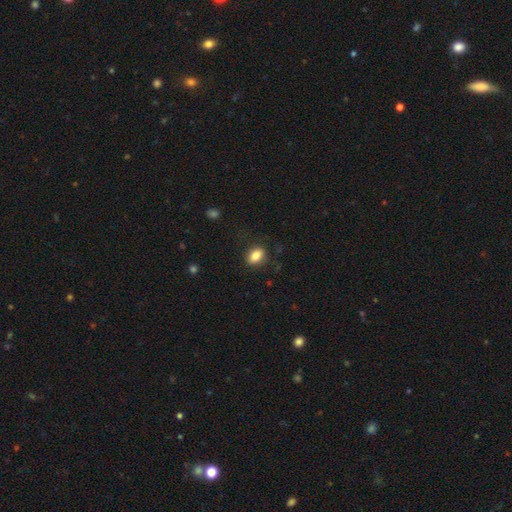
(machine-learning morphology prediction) Smooth or featured?
  - smooth: 85% *
  - star or artifact: 8%
  - featured or disk: 6%
How rounded?
  - in between: 81% *
  - round: 17%
  - cigar-shaped: 2%
Merging?
  - none: 83% *
  - minor disturbance: 12%
  - major disturbance: 4%
  - merger: 1%